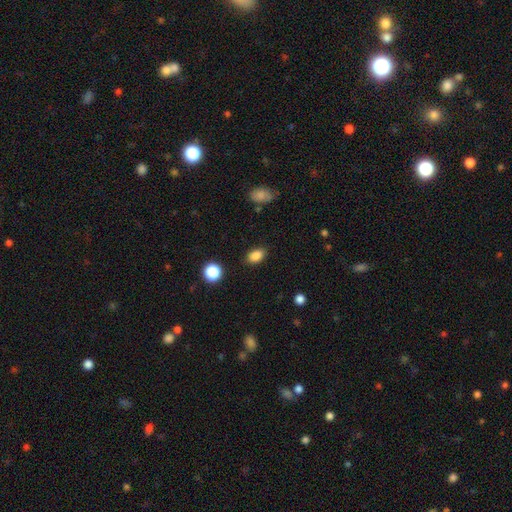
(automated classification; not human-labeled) This appears to be a smooth galaxy with no disk features (86%) that is in between round and cigar-shaped (84%). Merging: none (86%).